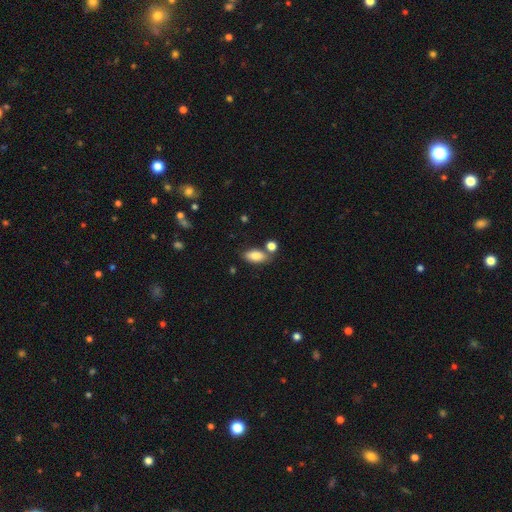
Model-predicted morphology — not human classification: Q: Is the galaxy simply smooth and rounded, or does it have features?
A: smooth — 84%.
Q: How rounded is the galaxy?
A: in between — 88%.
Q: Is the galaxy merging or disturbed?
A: none — 68%.